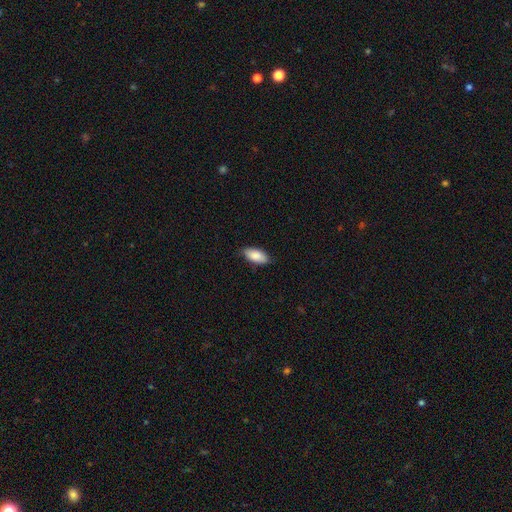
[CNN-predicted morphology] smooth_or_featured: smooth (p=0.87) [alt: featured or disk p=0.07]
how_rounded: in between (p=0.90) [alt: cigar-shaped p=0.07]
merging: none (p=0.83) [alt: minor disturbance p=0.14]